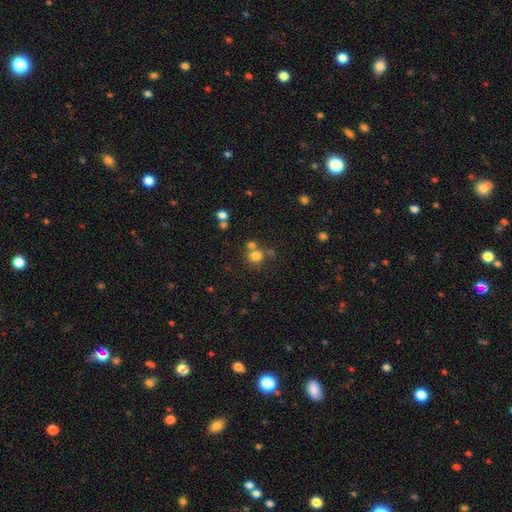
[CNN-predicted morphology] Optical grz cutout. It shows a smooth galaxy with no disk features (76%) that is round (88%). Merging: none (61%).